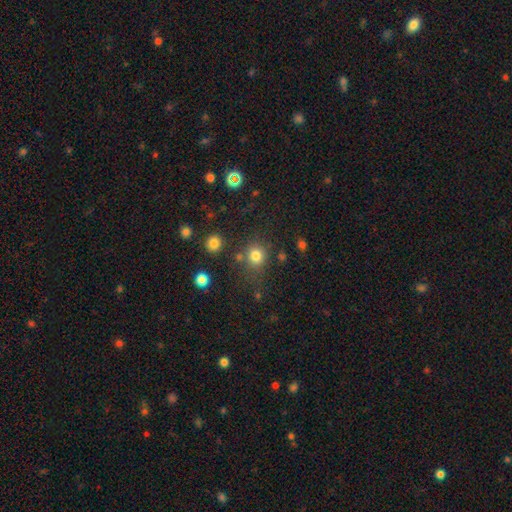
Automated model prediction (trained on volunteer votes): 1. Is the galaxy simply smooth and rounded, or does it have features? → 79% smooth, 15% star or artifact, 6% featured or disk.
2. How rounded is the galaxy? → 84% round, 15% in between, 1% cigar-shaped.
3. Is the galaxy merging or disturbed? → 74% none, 11% minor disturbance, 9% merger, 6% major disturbance.